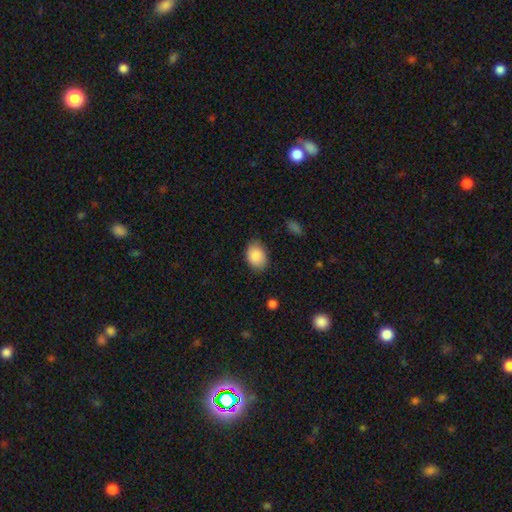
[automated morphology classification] Smooth or featured?
  - smooth: 89% *
  - star or artifact: 7%
  - featured or disk: 4%
How rounded?
  - in between: 76% *
  - round: 23%
  - cigar-shaped: 1%
Merging?
  - none: 79% *
  - minor disturbance: 17%
  - major disturbance: 3%
  - merger: 1%